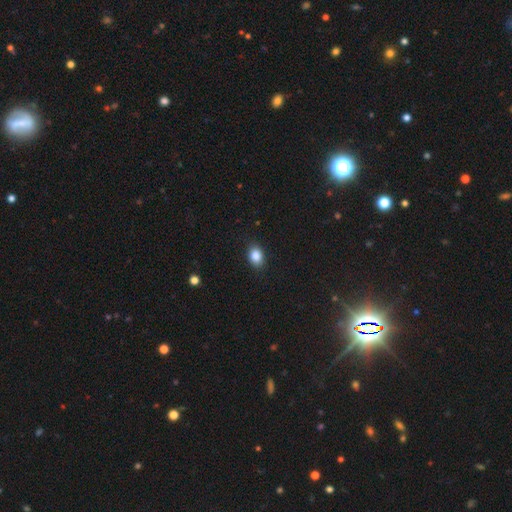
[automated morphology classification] A smooth galaxy with no disk features (87%) that is in between round and cigar-shaped (73%). Merging: none (87%).